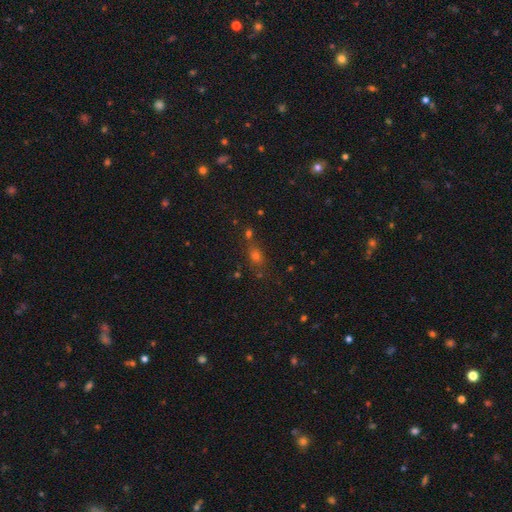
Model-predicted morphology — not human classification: Overall: smooth (55%; star or artifact 33%). How rounded: round (52%; in between 42%). Merging: none (66%).